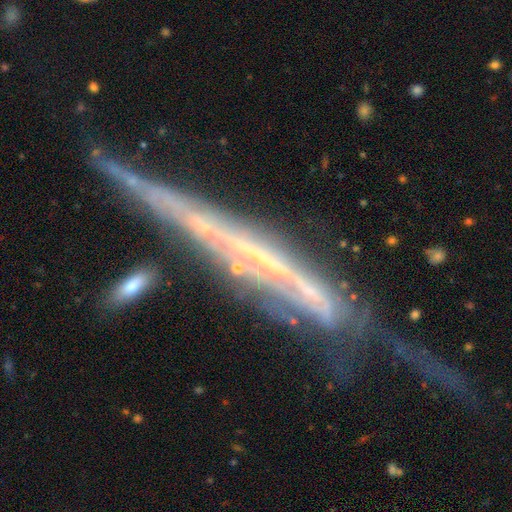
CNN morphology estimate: Q: Smooth or featured?
A: featured or disk (79%); runner-up: smooth (12%)
Q: Edge-on disk?
A: yes (87%); runner-up: no (13%)
Q: Edge-on bulge?
A: none (77%); runner-up: rounded (12%)
Q: Merging?
A: none (51%); runner-up: minor disturbance (26%)